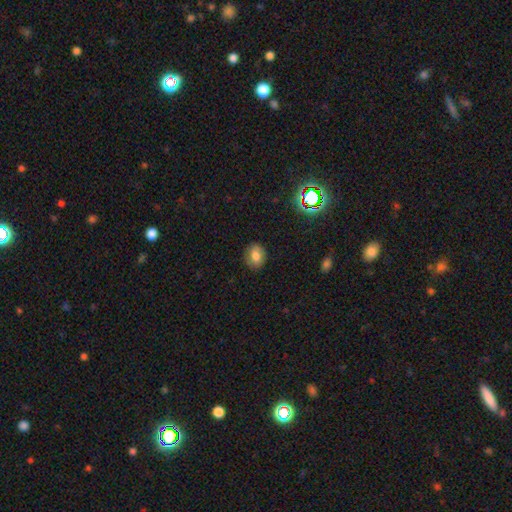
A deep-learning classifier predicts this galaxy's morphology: This is likely a smooth galaxy (75%). How rounded: possibly round (50%). Merging: clearly none (87%).